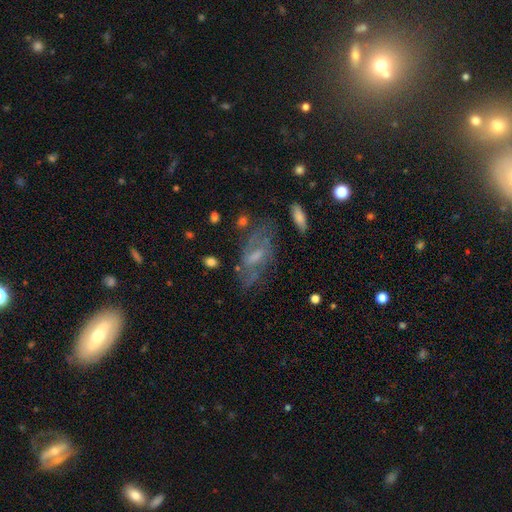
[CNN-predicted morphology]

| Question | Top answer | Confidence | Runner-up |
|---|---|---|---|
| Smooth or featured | featured or disk | 61% | smooth (28%) |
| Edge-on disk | no | 89% | yes (11%) |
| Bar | weak | 48% | no (34%) |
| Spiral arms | yes | 61% | no (39%) |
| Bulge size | moderate | 34% | small (33%) |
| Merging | none | 53% | minor disturbance (22%) |